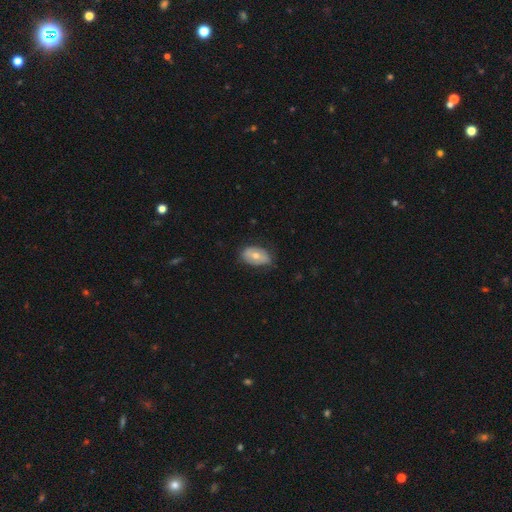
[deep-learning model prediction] smooth_or_featured: smooth (p=0.62) [alt: featured or disk p=0.31]
how_rounded: in between (p=0.89) [alt: round p=0.09]
merging: none (p=0.66) [alt: minor disturbance p=0.28]